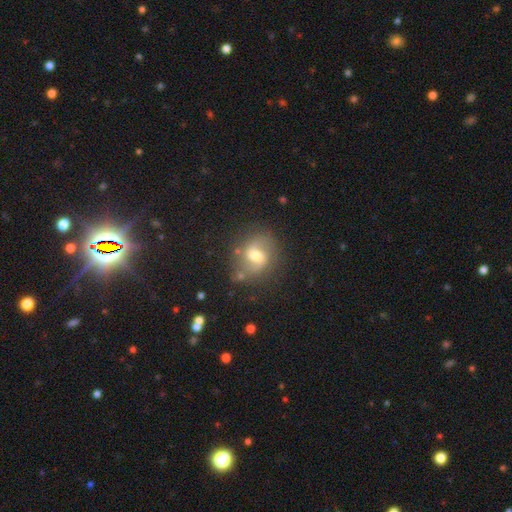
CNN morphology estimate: Smooth or featured? featured or disk (61%)
Edge-on disk? no (97%)
Bar? weak (49%)
Spiral arms? yes (82%)
Bulge size? moderate (68%)
Merging? none (75%)